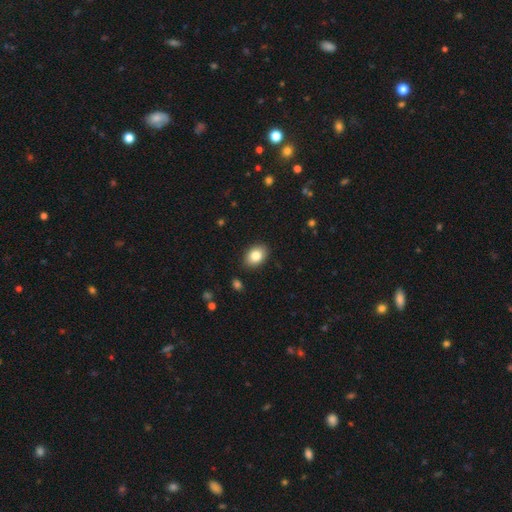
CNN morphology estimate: A smooth galaxy with no disk features (83%) that is in between round and cigar-shaped (77%). Merging: none (88%).